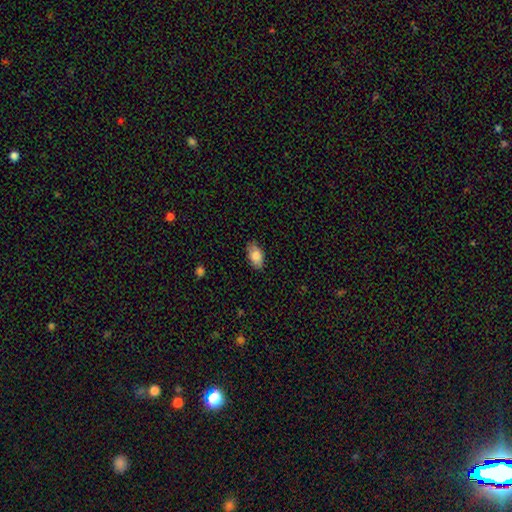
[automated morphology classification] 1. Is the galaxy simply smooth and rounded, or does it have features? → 83% smooth, 10% featured or disk, 7% star or artifact.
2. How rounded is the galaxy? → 93% in between, 5% round, 2% cigar-shaped.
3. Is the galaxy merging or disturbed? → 82% none, 14% minor disturbance, 3% major disturbance, 1% merger.